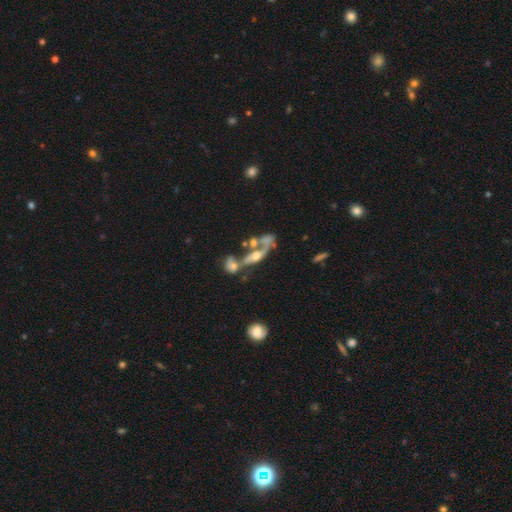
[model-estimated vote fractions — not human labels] The model was most divided on "merging": merger: 54%, none: 20%, major disturbance: 17%, minor disturbance: 9%. More confident: edge-on disk — no (70%); smooth or featured — featured or disk (63%).